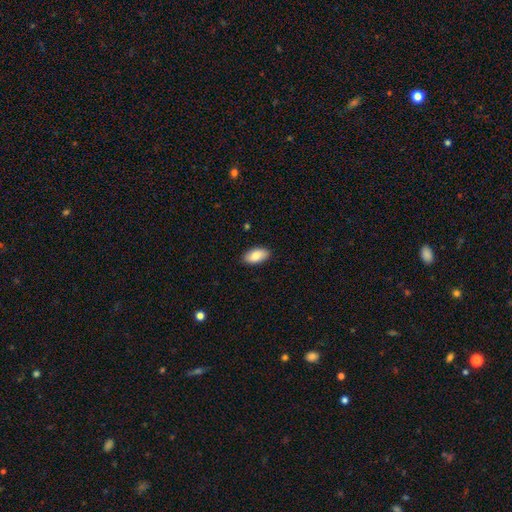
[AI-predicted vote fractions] Smooth or featured?
  - smooth: 84% *
  - featured or disk: 10%
  - star or artifact: 6%
How rounded?
  - in between: 94% *
  - cigar-shaped: 3%
  - round: 3%
Merging?
  - none: 88% *
  - minor disturbance: 9%
  - major disturbance: 2%
  - merger: 1%